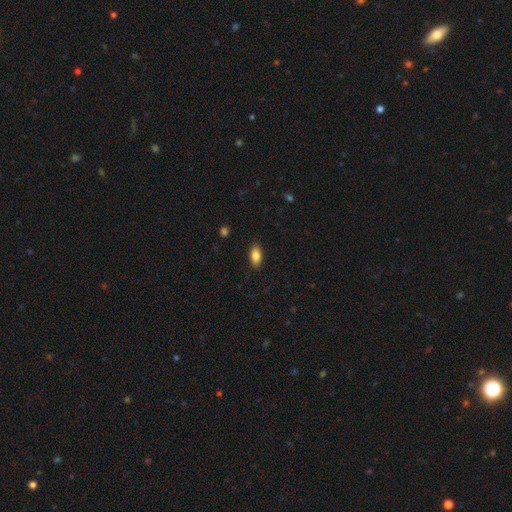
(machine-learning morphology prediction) Smooth or featured?
  - smooth: 83% *
  - featured or disk: 9%
  - star or artifact: 7%
How rounded?
  - in between: 90% *
  - cigar-shaped: 7%
  - round: 4%
Merging?
  - none: 88% *
  - minor disturbance: 9%
  - major disturbance: 2%
  - merger: 1%